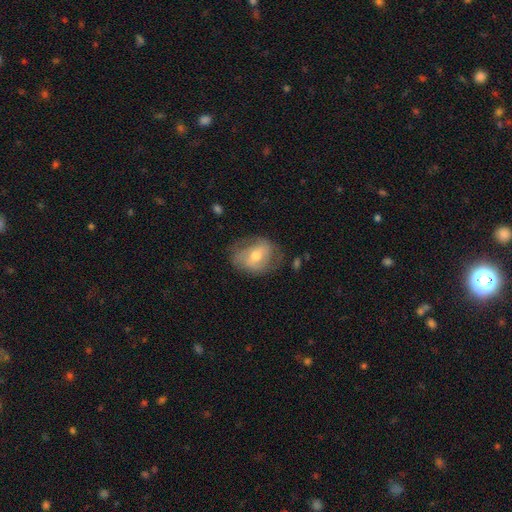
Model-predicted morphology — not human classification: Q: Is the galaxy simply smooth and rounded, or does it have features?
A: featured or disk — 50%.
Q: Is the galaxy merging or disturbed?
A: none — 60%.